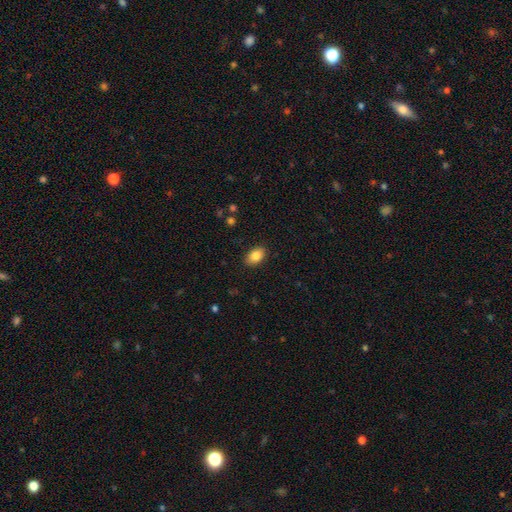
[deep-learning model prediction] smooth 85%, star or artifact 8%, featured or disk 7%. Down the decision tree: how rounded — in between (87%); merging — none (88%).